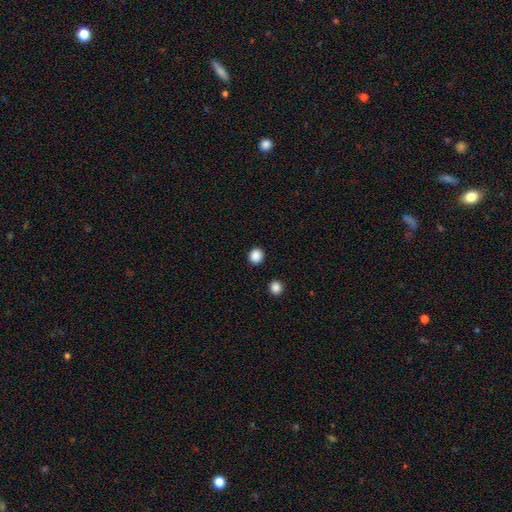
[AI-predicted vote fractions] Morphology: type=smooth (88%); roundness=round (88%); merging=none (91%).